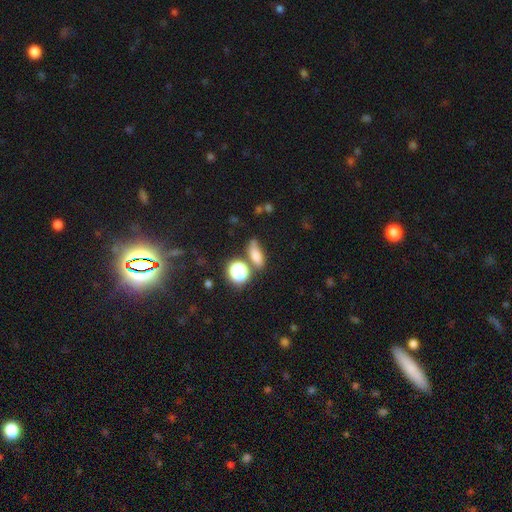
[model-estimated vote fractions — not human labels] Smooth or featured?
  - smooth: 72% *
  - star or artifact: 17%
  - featured or disk: 11%
How rounded?
  - in between: 59% *
  - round: 22%
  - cigar-shaped: 19%
Merging?
  - none: 61% *
  - minor disturbance: 18%
  - merger: 14%
  - major disturbance: 7%